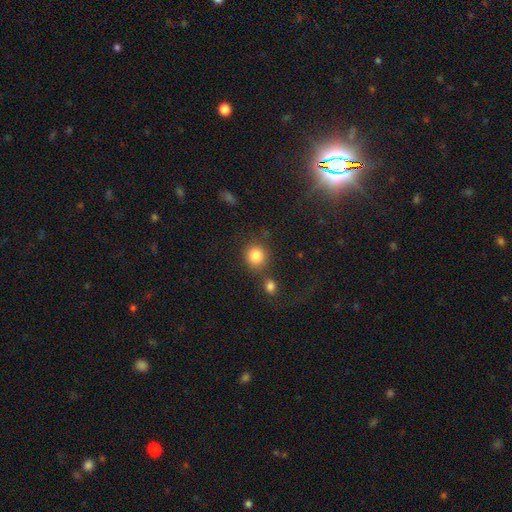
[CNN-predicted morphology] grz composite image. It shows a smooth galaxy with no disk features (83%) that is round (87%). Merging: none (64%).